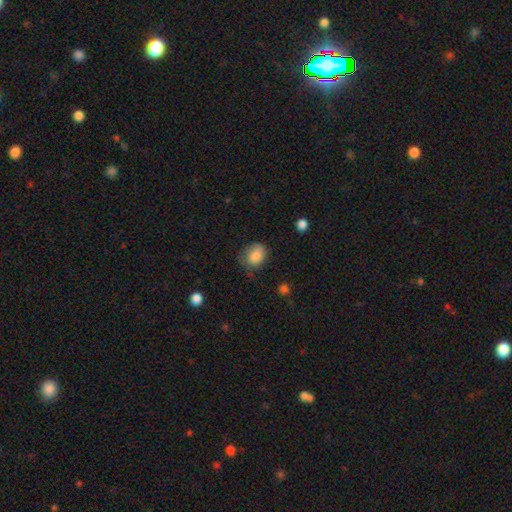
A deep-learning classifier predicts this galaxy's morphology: The model was most divided on "how rounded": in between: 62%, round: 37%, cigar-shaped: 1%. More confident: smooth or featured — smooth (84%); merging — none (56%).